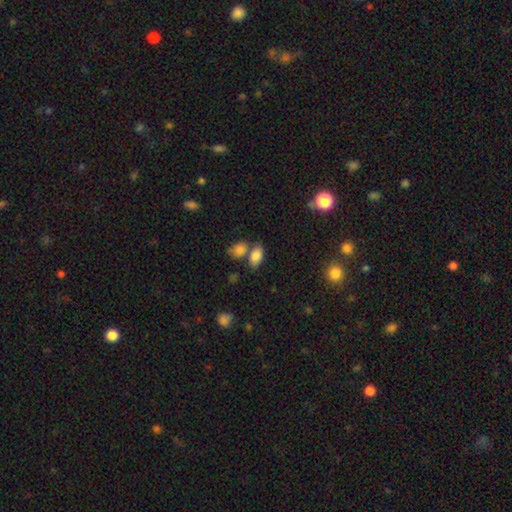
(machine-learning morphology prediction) Overall: smooth (84%). How rounded: in between (90%). Merging: none (53%; merger 29%).